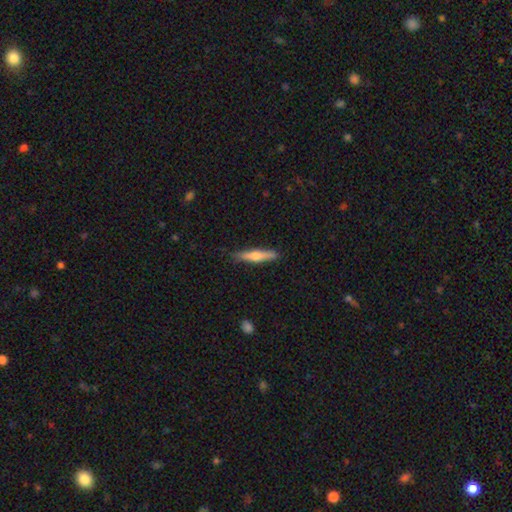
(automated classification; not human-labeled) Smooth or featured? Predicted: smooth (p=0.47, tied with featured or disk). Merging? Predicted: none (p=0.87).